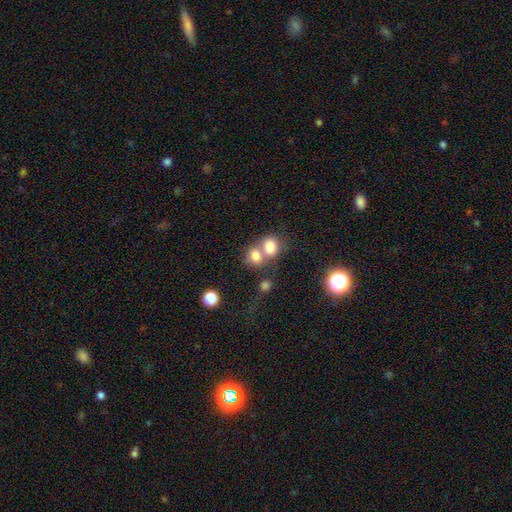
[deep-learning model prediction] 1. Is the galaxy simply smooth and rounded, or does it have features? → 77% smooth, 12% featured or disk, 11% star or artifact.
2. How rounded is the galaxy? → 60% round, 39% in between, 1% cigar-shaped.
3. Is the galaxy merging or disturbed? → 60% merger, 29% none, 7% minor disturbance, 4% major disturbance.